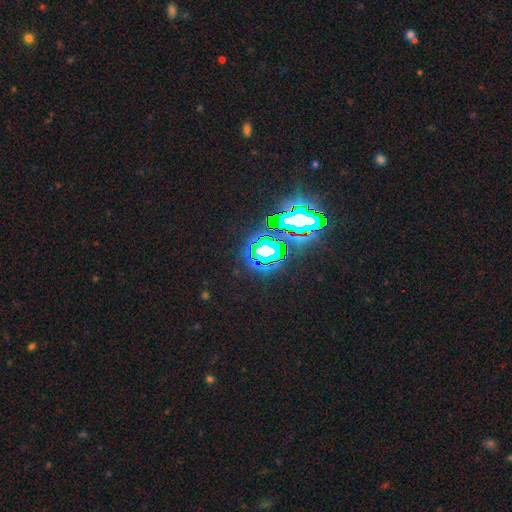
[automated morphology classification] smooth_or_featured: star or artifact (p=0.82) [alt: smooth p=0.11]